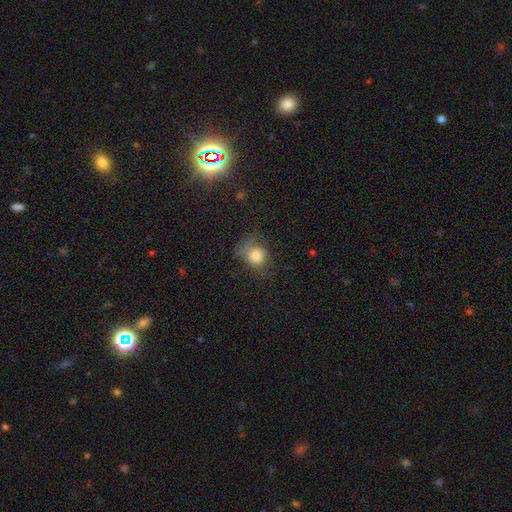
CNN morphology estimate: The model was most divided on "merging": none: 46%, minor disturbance: 29%, major disturbance: 23%, merger: 2%. More confident: smooth or featured — smooth (77%); how rounded — round (68%).